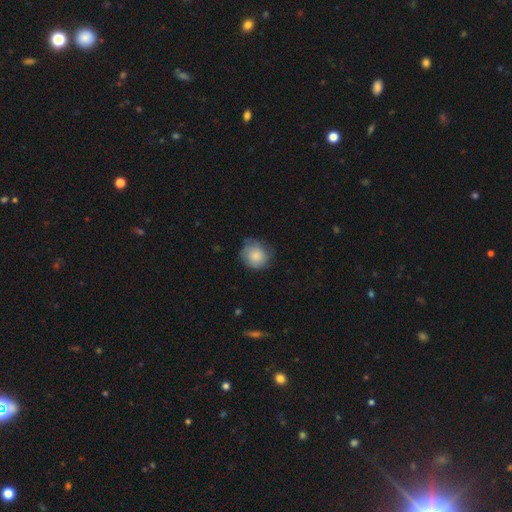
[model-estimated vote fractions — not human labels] Overall: smooth (78%). How rounded: round (80%). Merging: none (63%; minor disturbance 28%).